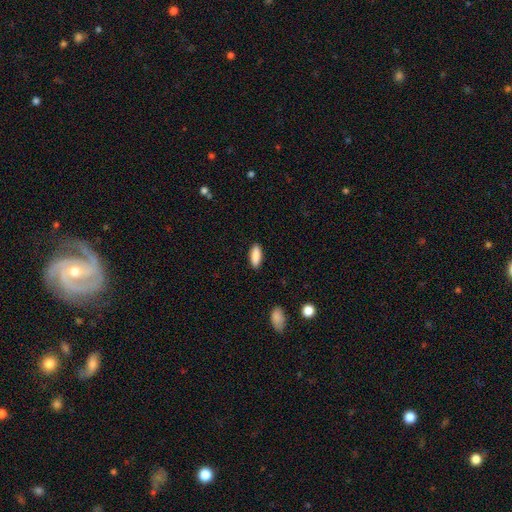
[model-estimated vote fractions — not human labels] smooth_or_featured: smooth (p=0.89) [alt: star or artifact p=0.06]
how_rounded: in between (p=0.72) [alt: cigar-shaped p=0.26]
merging: none (p=0.88) [alt: minor disturbance p=0.08]